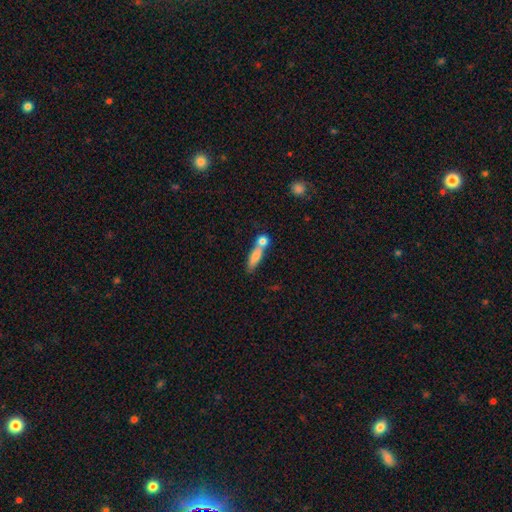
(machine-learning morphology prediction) Smooth or featured: smooth — 73% (featured or disk — 19%)
How rounded: cigar-shaped — 55% (in between — 37%)
Merging: merger — 50% (none — 35%)